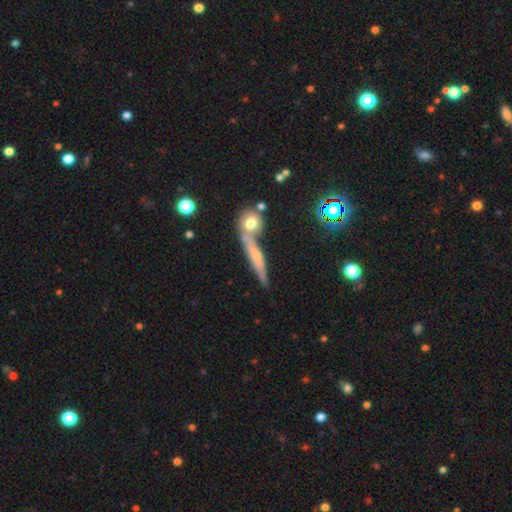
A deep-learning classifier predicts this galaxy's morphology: smooth-or-featured: featured or disk: 48% | smooth: 41% | star or artifact: 11%
  merging: none: 60% | merger: 24% | minor disturbance: 12% | major disturbance: 4%